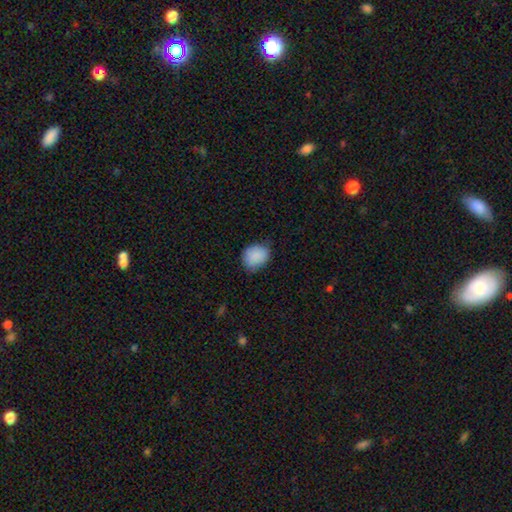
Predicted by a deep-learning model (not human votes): Smooth or featured: smooth — 88% (star or artifact — 8%)
How rounded: round — 55% (in between — 44%)
Merging: none — 71% (minor disturbance — 24%)